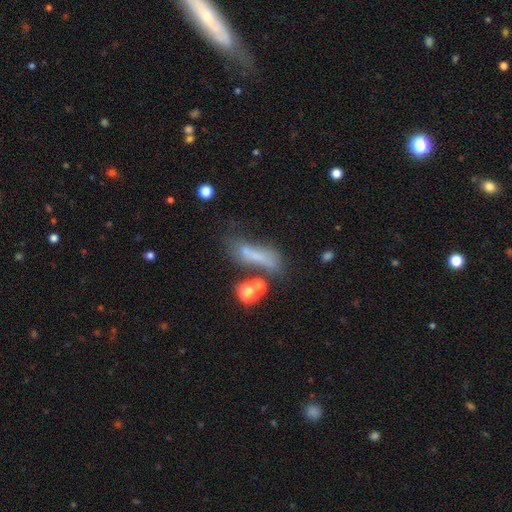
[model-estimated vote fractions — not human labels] The model was most divided on "merging": none: 40%, minor disturbance: 24%, major disturbance: 22%, merger: 15%. More confident: how rounded — cigar-shaped (57%); smooth or featured — smooth (56%).